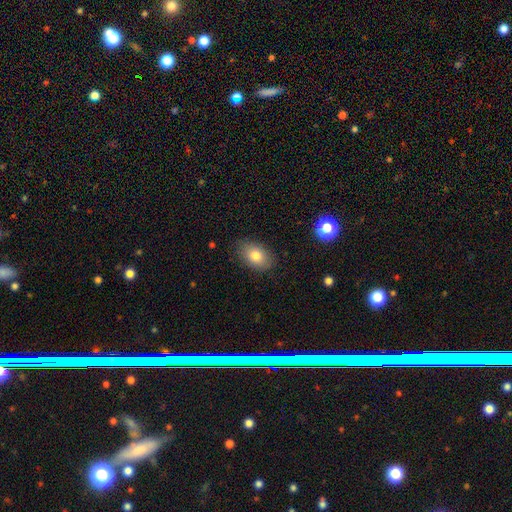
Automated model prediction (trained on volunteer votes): Overall: smooth (81%). How rounded: in between (86%). Merging: none (82%).